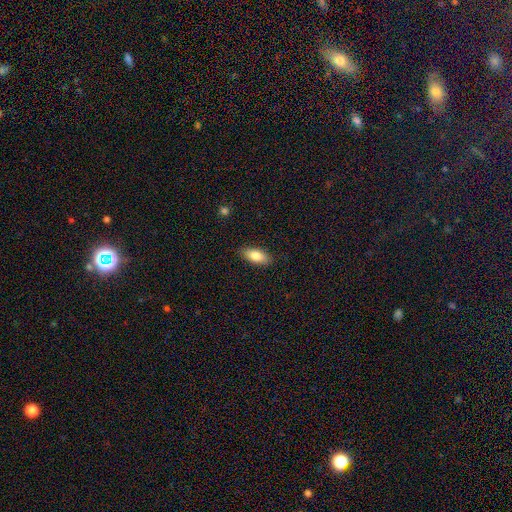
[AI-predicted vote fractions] This appears to be a smooth galaxy with no disk features (81%) that is in between round and cigar-shaped (85%). Merging: none (87%).